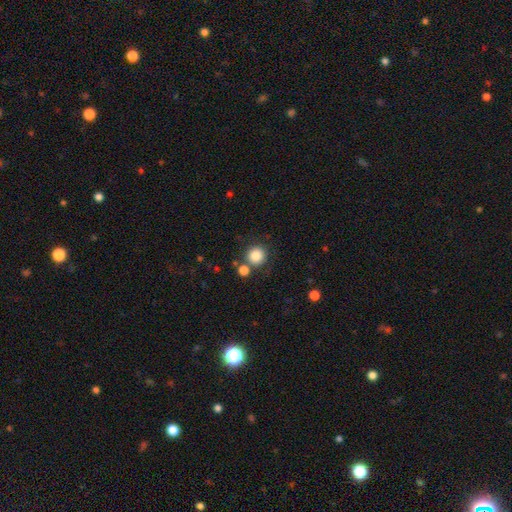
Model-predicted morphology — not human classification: smooth-or-featured: smooth: 84% | star or artifact: 10% | featured or disk: 5%
  how-rounded: round: 93% | in between: 6% | cigar-shaped: 1%
  merging: none: 76% | merger: 12% | minor disturbance: 9% | major disturbance: 3%